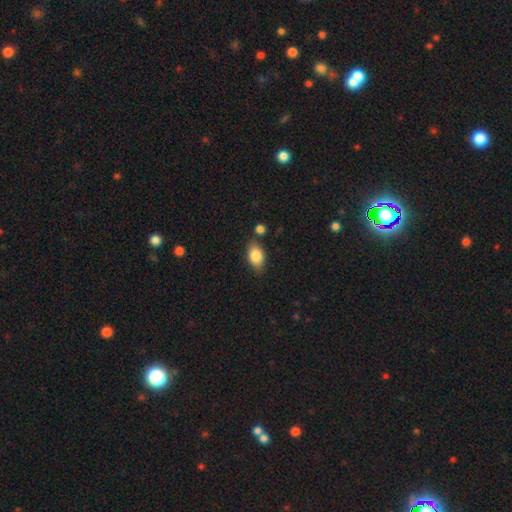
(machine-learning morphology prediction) Q: Smooth or featured?
A: smooth (84%); runner-up: featured or disk (9%)
Q: How rounded?
A: in between (87%); runner-up: round (11%)
Q: Merging?
A: none (75%); runner-up: minor disturbance (14%)